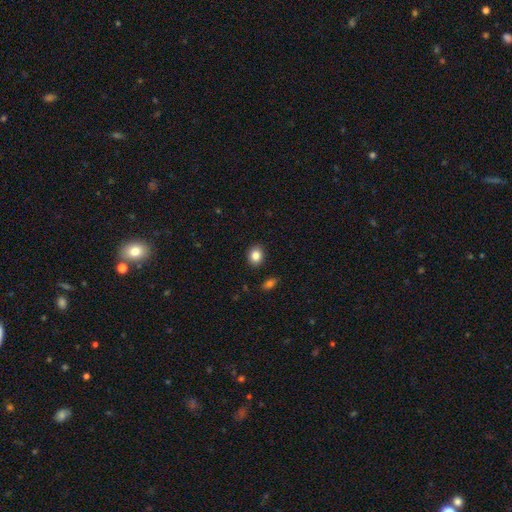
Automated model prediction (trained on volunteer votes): A smooth galaxy with no disk features (85%) that is round (60%).

Vote fractions:
- Smooth or featured? smooth: 85% / star or artifact: 10% / featured or disk: 6%
- How rounded? round: 60% / in between: 39% / cigar-shaped: 1%
- Merging? none: 89% / minor disturbance: 7% / major disturbance: 2% / merger: 2%